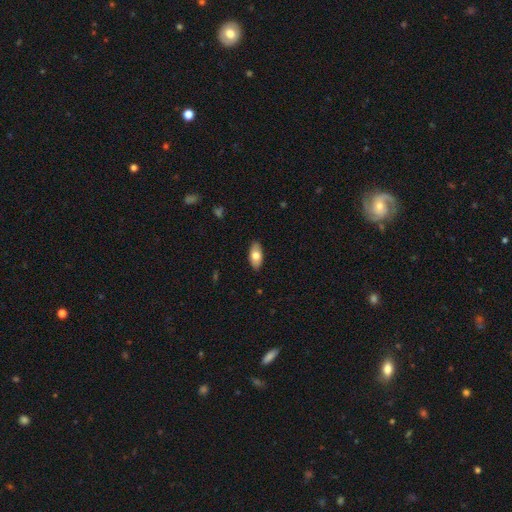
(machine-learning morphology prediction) The model was most divided on "smooth or featured": smooth: 75%, featured or disk: 18%, star or artifact: 6%. More confident: how rounded — in between (91%); merging — none (88%).